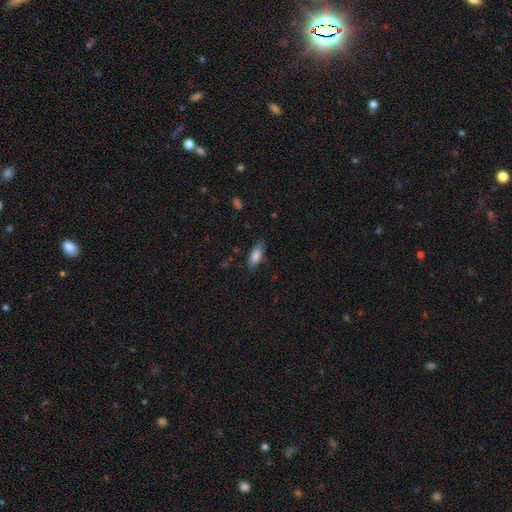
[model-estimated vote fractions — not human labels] Smooth or featured?
  - smooth: 76% *
  - featured or disk: 17%
  - star or artifact: 7%
How rounded?
  - in between: 59% *
  - cigar-shaped: 39%
  - round: 2%
Merging?
  - none: 77% *
  - minor disturbance: 18%
  - major disturbance: 4%
  - merger: 1%